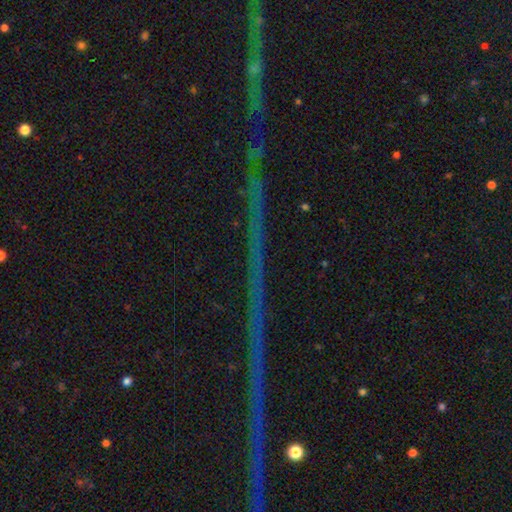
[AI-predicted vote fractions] Smooth or featured?
  - star or artifact: 80% *
  - featured or disk: 14%
  - smooth: 7%